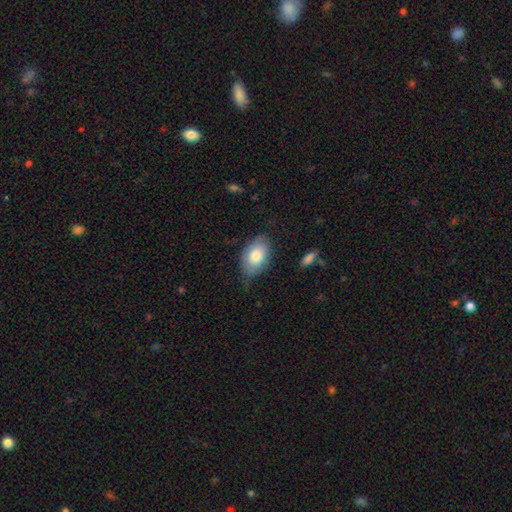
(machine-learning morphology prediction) Overall: smooth (79%). How rounded: in between (91%). Merging: none (65%; minor disturbance 27%).